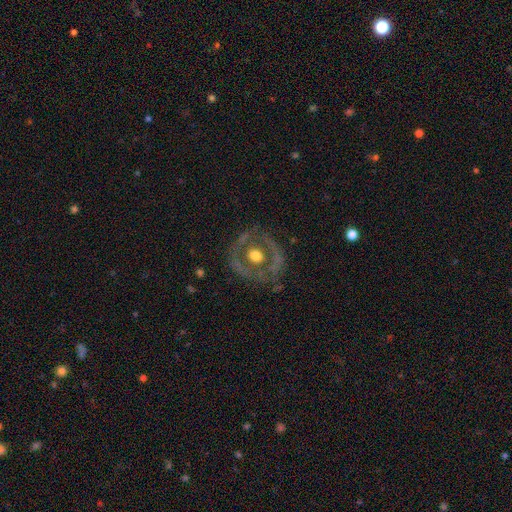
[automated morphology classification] smooth-or-featured: featured or disk: 62% | smooth: 31% | star or artifact: 7%
  disk-edge-on: no: 95% | yes: 5%
    bar: no: 85% | weak: 10% | strong: 4%
    has-spiral-arms: no: 80% | yes: 20%
    bulge-size: moderate: 69% | large: 21% | small: 7% | dominant: 2% | none: 1%
  merging: none: 72% | minor disturbance: 16% | major disturbance: 10% | merger: 2%